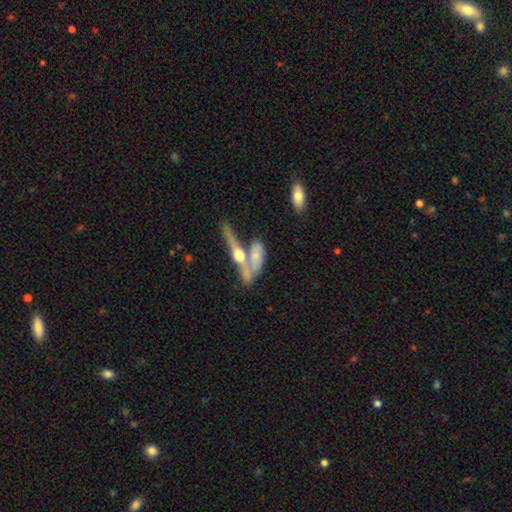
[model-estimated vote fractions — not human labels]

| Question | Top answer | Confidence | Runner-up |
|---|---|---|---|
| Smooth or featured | featured or disk | 55% | smooth (38%) |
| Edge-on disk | yes | 76% | no (24%) |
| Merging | merger | 43% | none (36%) |